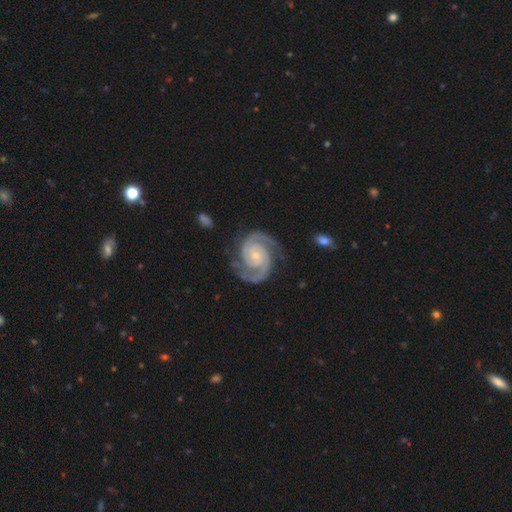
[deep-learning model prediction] Q: Smooth or featured?
A: featured or disk (94%); runner-up: star or artifact (4%)
Q: Edge-on disk?
A: no (98%); runner-up: yes (2%)
Q: Bar?
A: no (68%); runner-up: weak (23%)
Q: Spiral arms?
A: yes (99%); runner-up: no (1%)
Q: Spiral winding?
A: tight (61%); runner-up: medium (35%)
Q: Spiral arm count?
A: 2 (93%); runner-up: 3 (3%)
Q: Bulge size?
A: small (66%); runner-up: moderate (27%)
Q: Merging?
A: none (82%); runner-up: minor disturbance (13%)